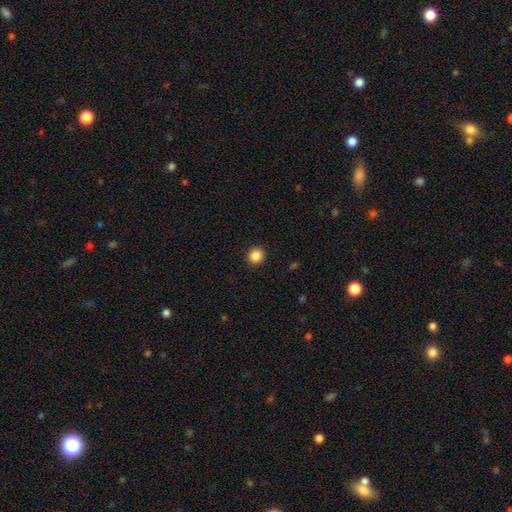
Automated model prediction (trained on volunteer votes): Q: Smooth or featured?
A: smooth (87%); runner-up: star or artifact (10%)
Q: How rounded?
A: round (90%); runner-up: in between (9%)
Q: Merging?
A: none (92%); runner-up: minor disturbance (5%)